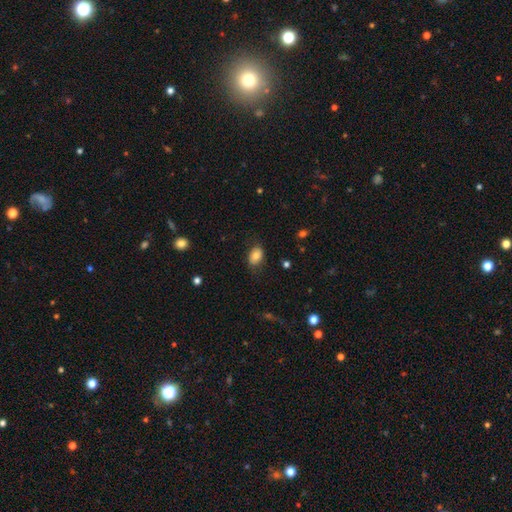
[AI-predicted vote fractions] A smooth galaxy with no disk features (78%) that is in between round and cigar-shaped (80%).

Vote fractions:
- Smooth or featured? smooth: 78% / featured or disk: 13% / star or artifact: 9%
- How rounded? in between: 80% / round: 19% / cigar-shaped: 1%
- Merging? none: 75% / minor disturbance: 18% / major disturbance: 6% / merger: 1%